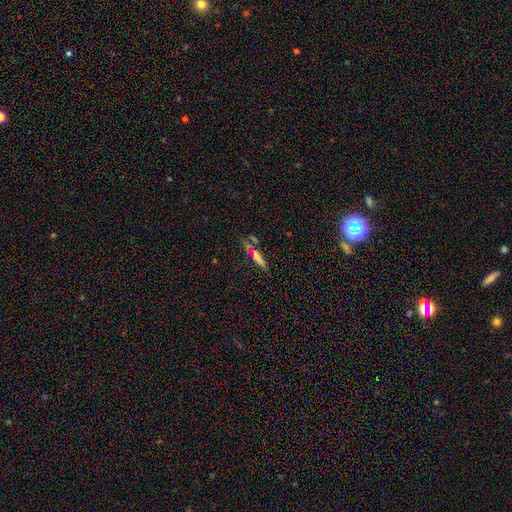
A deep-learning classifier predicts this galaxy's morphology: Smooth or featured? smooth (56%)
How rounded? cigar-shaped (83%)
Merging? none (70%)